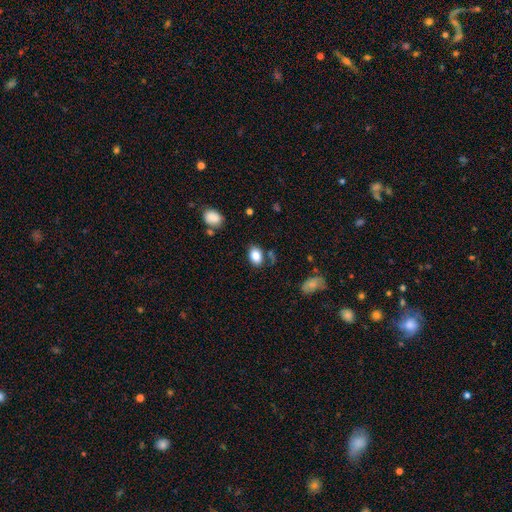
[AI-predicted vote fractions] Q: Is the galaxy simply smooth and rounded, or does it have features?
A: smooth — 84%.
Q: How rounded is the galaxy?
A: in between — 81%.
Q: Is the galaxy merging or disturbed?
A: none — 75%.